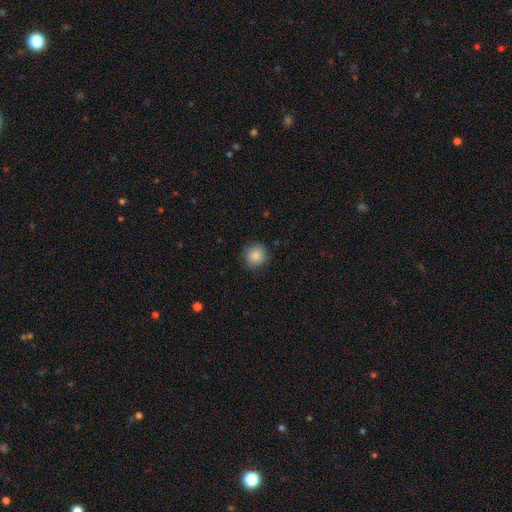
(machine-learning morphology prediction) smooth 87%, star or artifact 9%, featured or disk 5%. Down the decision tree: how rounded — round (91%); merging — none (87%).